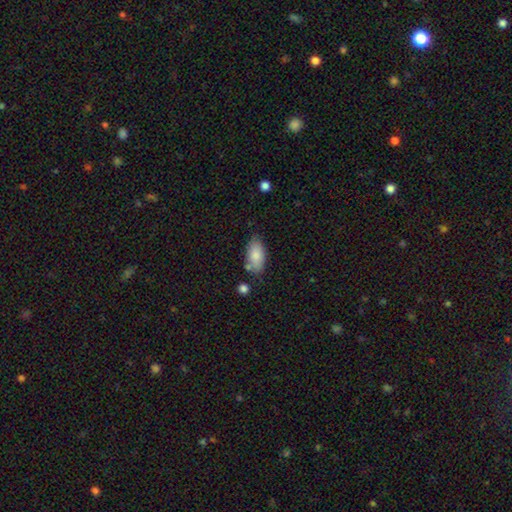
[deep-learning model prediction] Smooth or featured?
  - smooth: 83% *
  - featured or disk: 11%
  - star or artifact: 7%
How rounded?
  - in between: 91% *
  - cigar-shaped: 6%
  - round: 3%
Merging?
  - none: 71% *
  - minor disturbance: 18%
  - merger: 7%
  - major disturbance: 4%